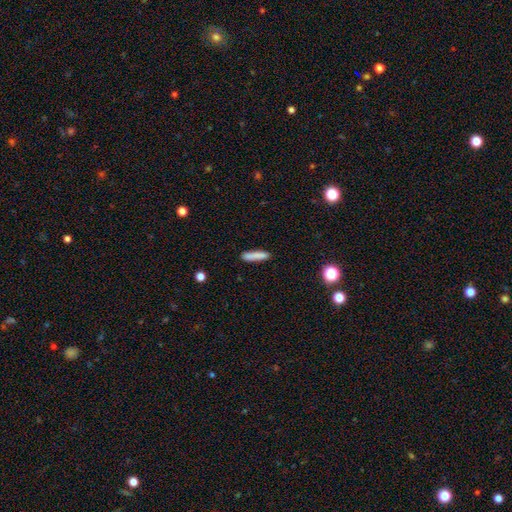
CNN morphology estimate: smooth 84%, featured or disk 9%, star or artifact 7%. Down the decision tree: how rounded — cigar-shaped (85%); merging — none (85%).